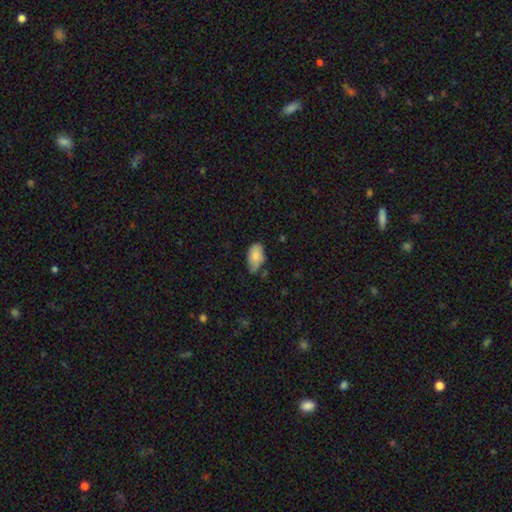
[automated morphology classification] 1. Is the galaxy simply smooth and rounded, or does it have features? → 82% smooth, 11% featured or disk, 7% star or artifact.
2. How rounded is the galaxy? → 94% in between, 4% round, 2% cigar-shaped.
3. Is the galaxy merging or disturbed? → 50% none, 39% minor disturbance, 7% major disturbance, 3% merger.